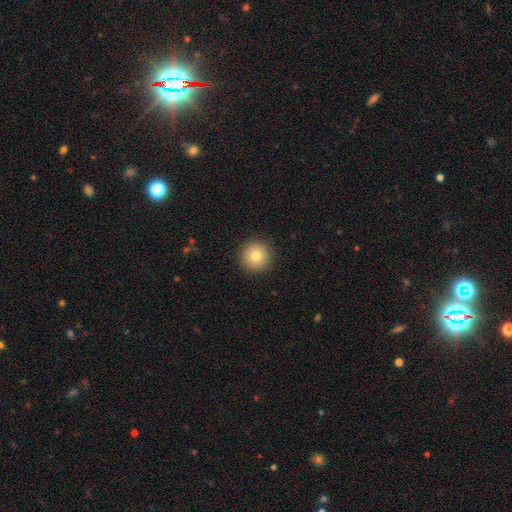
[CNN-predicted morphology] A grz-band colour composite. It shows a smooth galaxy with no disk features (81%) that is round (96%). Merging: none (92%).